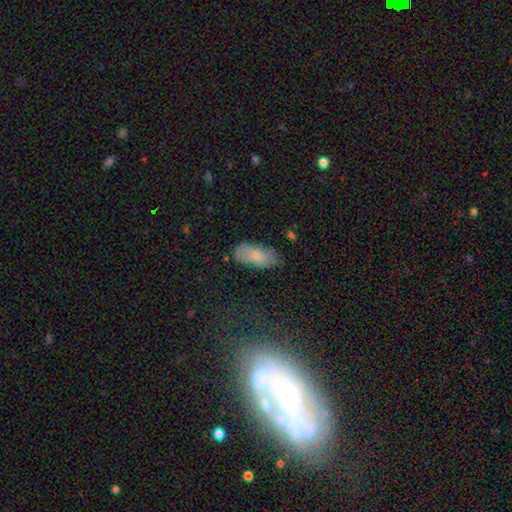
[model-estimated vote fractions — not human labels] smooth_or_featured: smooth (p=0.69) [alt: featured or disk p=0.23]
how_rounded: in between (p=0.91) [alt: cigar-shaped p=0.06]
merging: none (p=0.66) [alt: minor disturbance p=0.26]